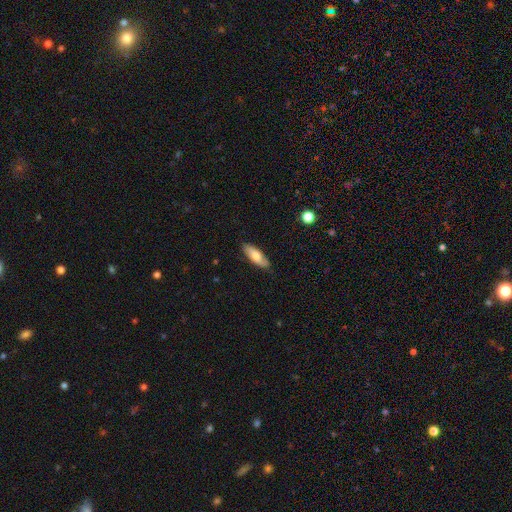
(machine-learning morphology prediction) Smooth or featured?
  - smooth: 69% *
  - featured or disk: 25%
  - star or artifact: 6%
How rounded?
  - in between: 66% *
  - cigar-shaped: 31%
  - round: 2%
Merging?
  - none: 84% *
  - minor disturbance: 13%
  - major disturbance: 2%
  - merger: 1%